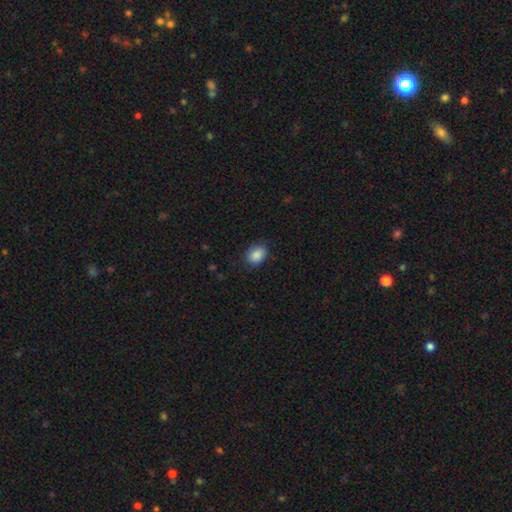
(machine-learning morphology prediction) Q: Smooth or featured?
A: smooth (88%); runner-up: star or artifact (8%)
Q: How rounded?
A: in between (71%); runner-up: round (28%)
Q: Merging?
A: none (83%); runner-up: minor disturbance (13%)